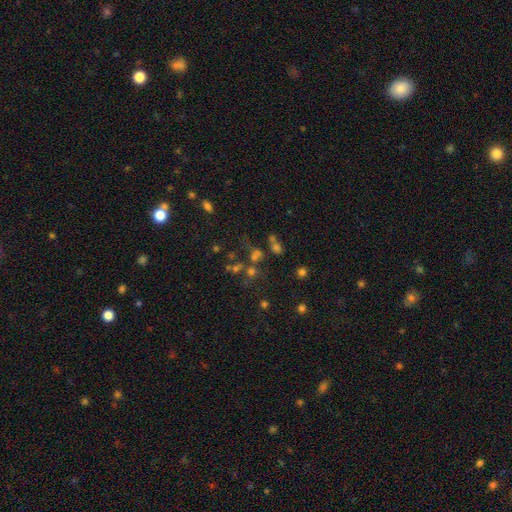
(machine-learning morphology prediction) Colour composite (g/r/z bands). It shows a star or artifact, not a galaxy (49%).